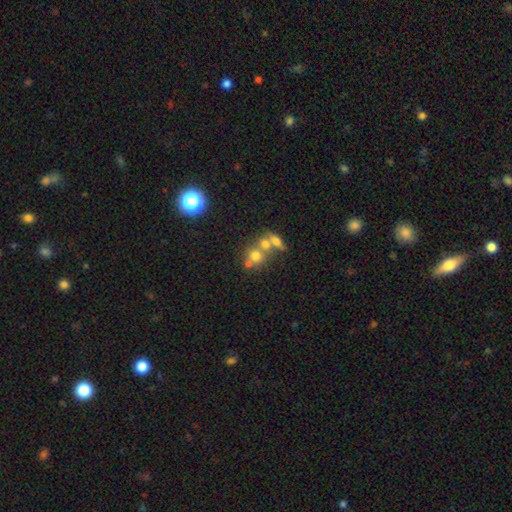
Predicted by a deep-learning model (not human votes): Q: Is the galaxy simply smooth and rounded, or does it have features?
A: smooth — 63%.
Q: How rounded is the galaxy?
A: round — 76%.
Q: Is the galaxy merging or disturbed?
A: merger — 53%.